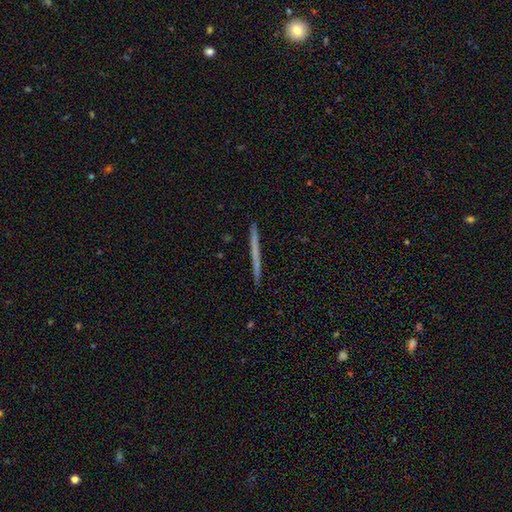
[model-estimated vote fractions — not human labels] Smooth or featured: smooth — 47% (featured or disk — 46%)
Merging: none — 93% (minor disturbance — 5%)